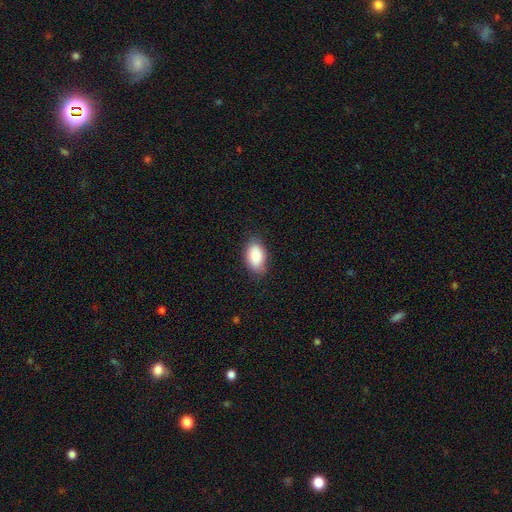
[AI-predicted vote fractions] A smooth galaxy with no disk features (87%) that is in between round and cigar-shaped (92%).

Vote fractions:
- Smooth or featured? smooth: 87% / star or artifact: 7% / featured or disk: 6%
- How rounded? in between: 92% / round: 6% / cigar-shaped: 2%
- Merging? none: 80% / minor disturbance: 16% / major disturbance: 3% / merger: 1%